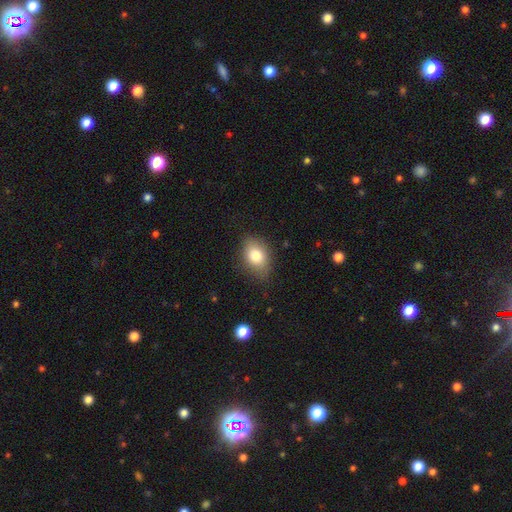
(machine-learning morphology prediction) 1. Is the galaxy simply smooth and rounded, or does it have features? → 80% smooth, 11% featured or disk, 9% star or artifact.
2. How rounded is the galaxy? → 77% in between, 21% round, 2% cigar-shaped.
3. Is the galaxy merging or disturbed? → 77% none, 18% minor disturbance, 4% major disturbance, 1% merger.